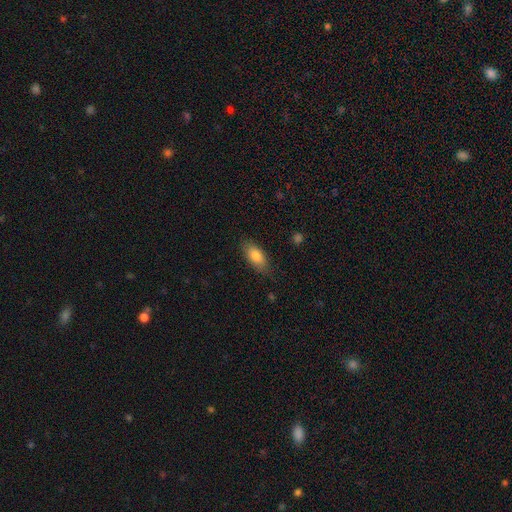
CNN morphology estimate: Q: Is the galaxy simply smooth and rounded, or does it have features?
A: smooth — 80%.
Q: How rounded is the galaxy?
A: in between — 86%.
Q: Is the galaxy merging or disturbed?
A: none — 81%.